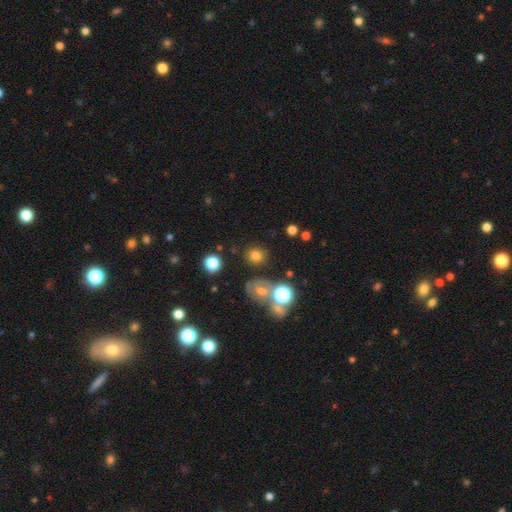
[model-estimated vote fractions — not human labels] Smooth or featured? Predicted: smooth (p=0.73). How rounded? Predicted: round (p=0.78). Merging? Predicted: none (p=0.77).